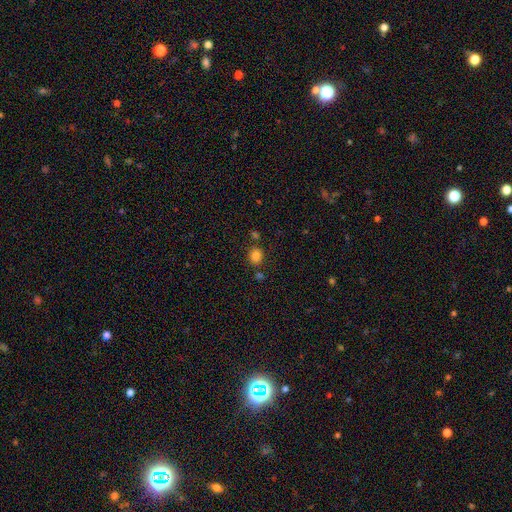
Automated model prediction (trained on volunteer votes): smooth 82%, star or artifact 13%, featured or disk 5%. Down the decision tree: how rounded — round (62%); merging — none (75%).